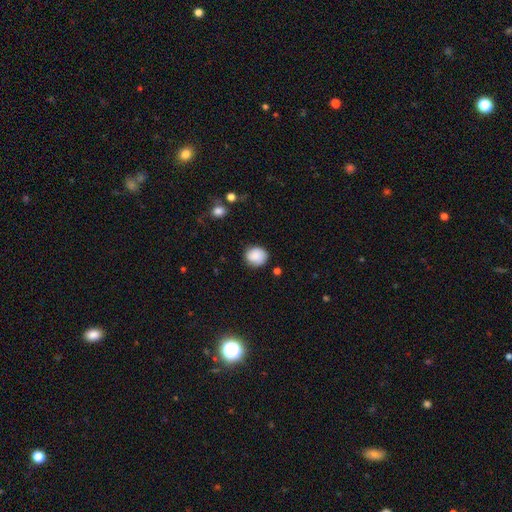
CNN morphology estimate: Smooth or featured?
  - smooth: 83% *
  - featured or disk: 9%
  - star or artifact: 8%
How rounded?
  - round: 77% *
  - in between: 22%
  - cigar-shaped: 1%
Merging?
  - none: 80% *
  - minor disturbance: 15%
  - major disturbance: 3%
  - merger: 2%